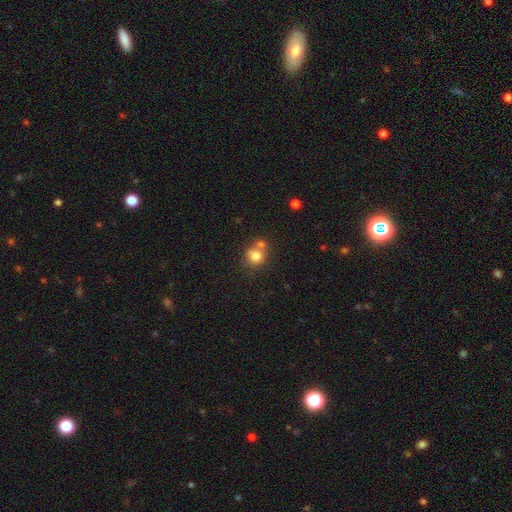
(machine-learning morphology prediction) smooth 77%, featured or disk 12%, star or artifact 11%. Down the decision tree: how rounded — round (82%); merging — none (47%).